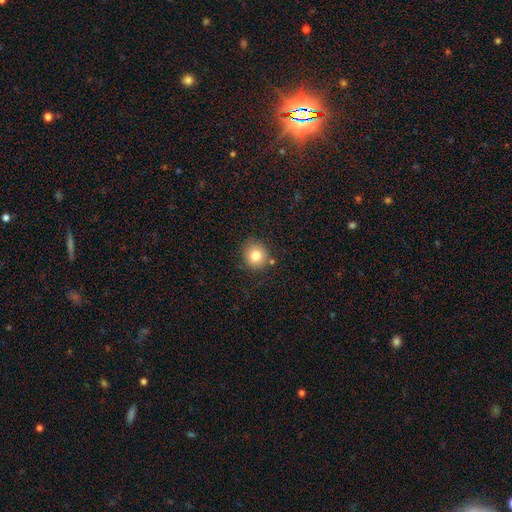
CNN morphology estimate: Smooth or featured? smooth (80%)
How rounded? round (87%)
Merging? none (83%)